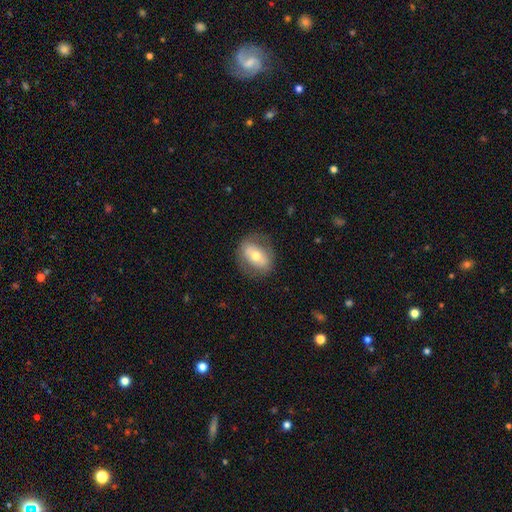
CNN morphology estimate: This appears to be a smooth galaxy with no disk features (55%) that is in between round and cigar-shaped (73%). Merging: none (76%).